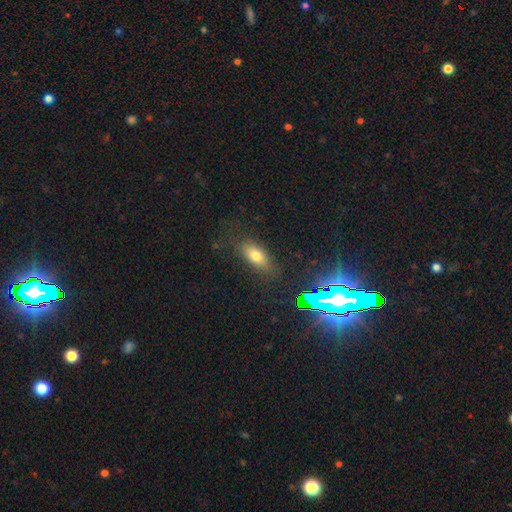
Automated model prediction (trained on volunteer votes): Q: Smooth or featured?
A: smooth (71%); runner-up: featured or disk (15%)
Q: How rounded?
A: in between (79%); runner-up: cigar-shaped (15%)
Q: Merging?
A: none (79%); runner-up: minor disturbance (14%)